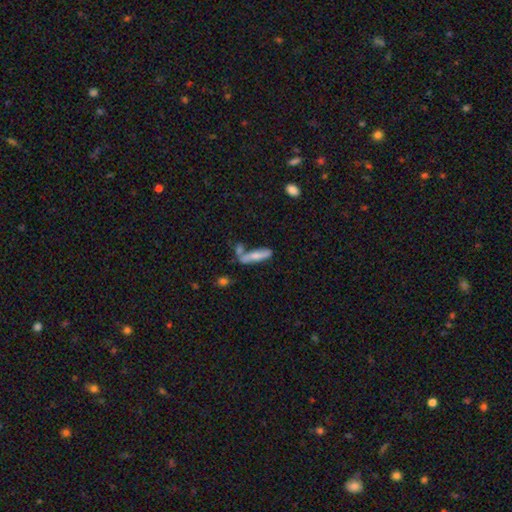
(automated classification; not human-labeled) smooth_or_featured: smooth (p=0.65) [alt: featured or disk p=0.27]
how_rounded: cigar-shaped (p=0.70) [alt: in between p=0.27]
merging: none (p=0.47) [alt: merger p=0.27]